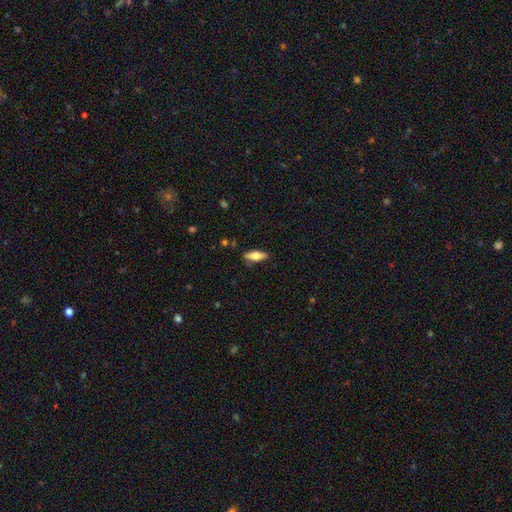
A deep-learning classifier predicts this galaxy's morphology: The model was most divided on "how rounded": in between: 67%, cigar-shaped: 31%, round: 3%. More confident: merging — none (84%); smooth or featured — smooth (65%).